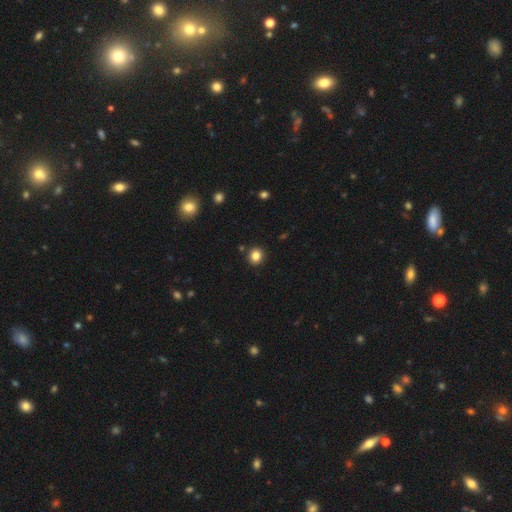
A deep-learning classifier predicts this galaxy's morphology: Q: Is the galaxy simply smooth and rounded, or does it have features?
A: smooth — 84%.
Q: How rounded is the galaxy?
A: round — 88%.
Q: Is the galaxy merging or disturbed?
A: none — 91%.